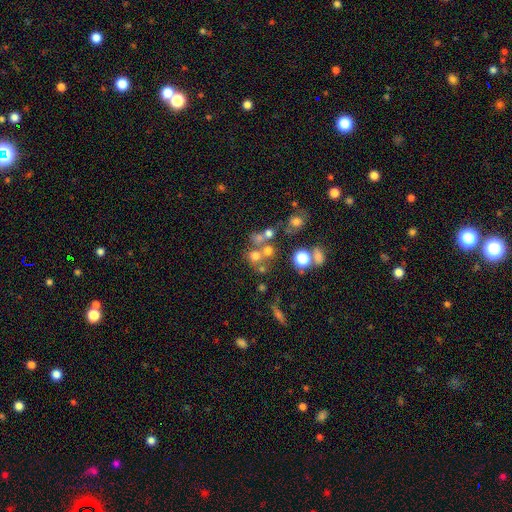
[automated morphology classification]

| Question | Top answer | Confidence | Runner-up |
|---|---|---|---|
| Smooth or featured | smooth | 59% | star or artifact (22%) |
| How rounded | round | 82% | in between (16%) |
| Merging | none | 47% | merger (37%) |